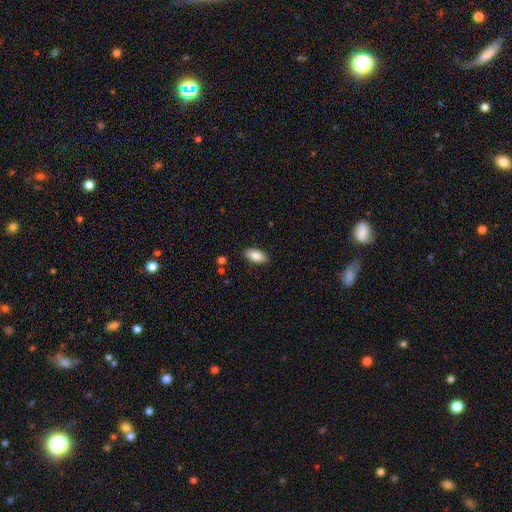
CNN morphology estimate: Q: Smooth or featured?
A: smooth (84%); runner-up: featured or disk (9%)
Q: How rounded?
A: in between (92%); runner-up: cigar-shaped (6%)
Q: Merging?
A: none (88%); runner-up: minor disturbance (8%)